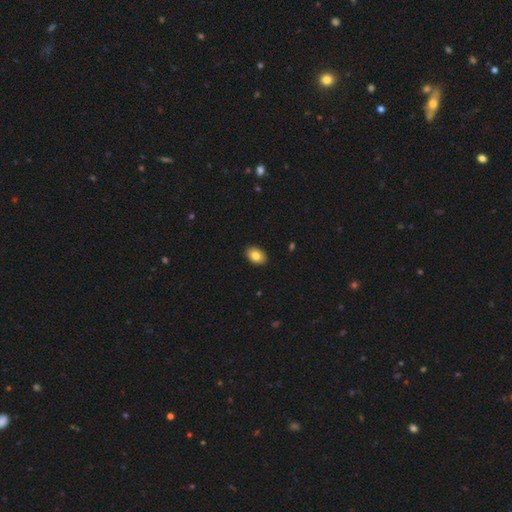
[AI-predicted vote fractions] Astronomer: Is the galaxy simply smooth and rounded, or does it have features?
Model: smooth — 82%.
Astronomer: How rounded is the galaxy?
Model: in between — 84%.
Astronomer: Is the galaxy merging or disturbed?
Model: none — 91%.